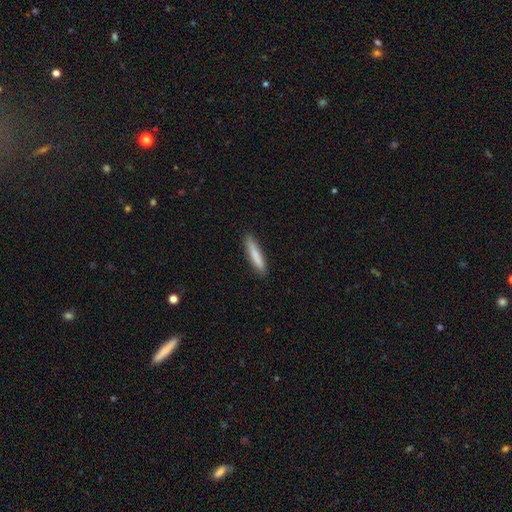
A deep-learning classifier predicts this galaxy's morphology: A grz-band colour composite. It shows a smooth galaxy with no disk features (82%) that is cigar-shaped (88%). Merging: none (88%).